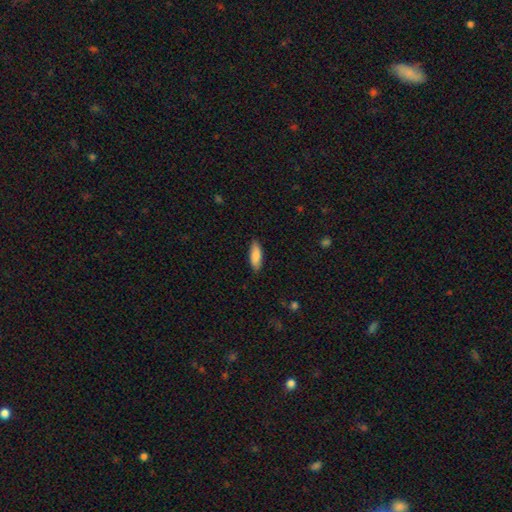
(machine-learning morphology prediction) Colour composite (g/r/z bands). It shows a smooth galaxy with no disk features (86%) that is in between round and cigar-shaped (62%). Merging: none (86%).